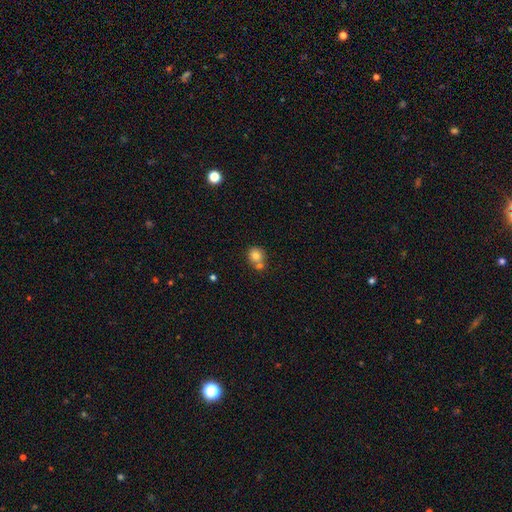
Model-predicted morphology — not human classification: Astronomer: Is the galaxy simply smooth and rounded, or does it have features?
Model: smooth — 79%.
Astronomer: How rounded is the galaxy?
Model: round — 84%.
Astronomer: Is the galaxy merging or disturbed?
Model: none — 50% (runner-up: merger, 37%).